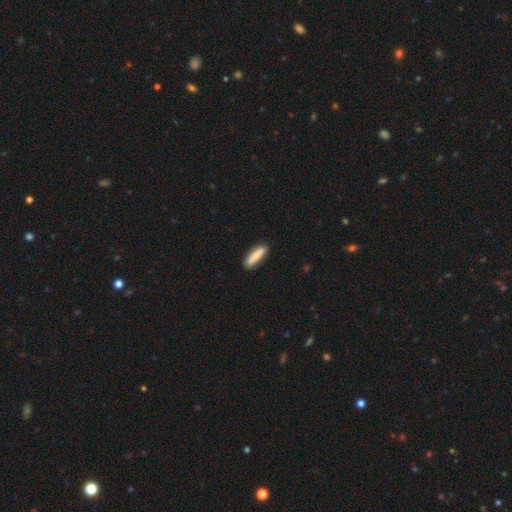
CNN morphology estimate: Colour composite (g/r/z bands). It shows a smooth galaxy with no disk features (78%) that is cigar-shaped (64%). Merging: none (83%).